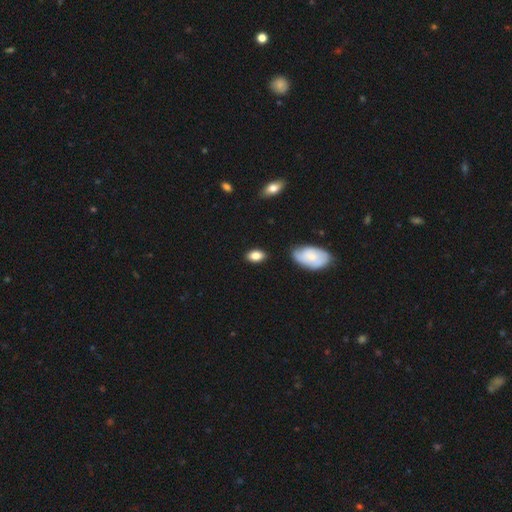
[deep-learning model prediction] Smooth or featured: smooth — 84% (featured or disk — 9%)
How rounded: in between — 89% (round — 9%)
Merging: none — 83% (minor disturbance — 13%)